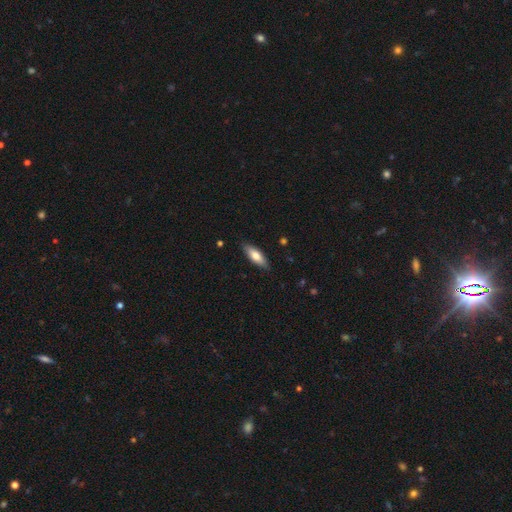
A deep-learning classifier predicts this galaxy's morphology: This is likely a smooth galaxy (72%). How rounded: likely in between (64%). Merging: clearly none (86%).